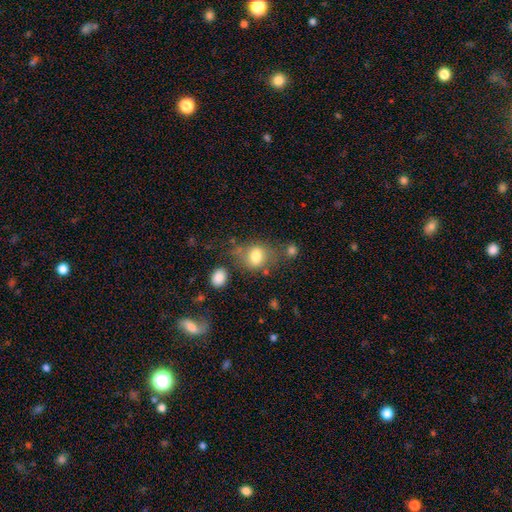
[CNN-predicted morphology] A smooth galaxy with no disk features (75%) that is round (59%). Merging: none (59%).